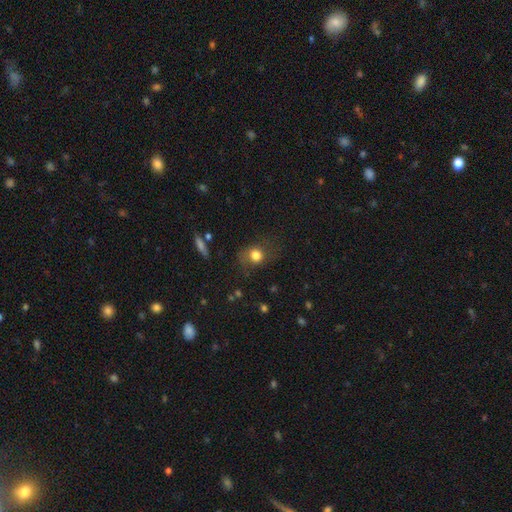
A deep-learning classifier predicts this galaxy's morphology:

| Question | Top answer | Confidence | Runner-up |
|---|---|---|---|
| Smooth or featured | smooth | 77% | star or artifact (12%) |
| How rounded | round | 63% | in between (35%) |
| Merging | none | 60% | minor disturbance (22%) |